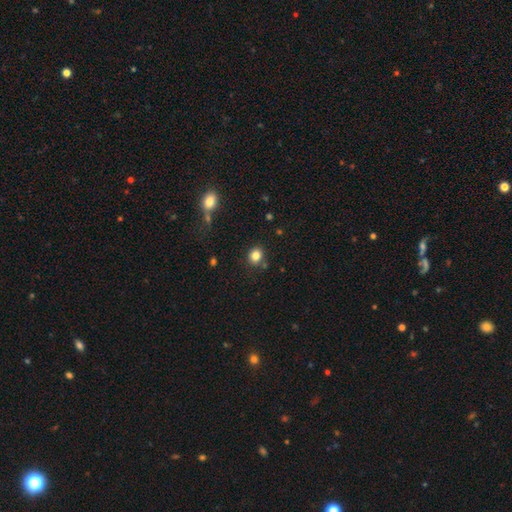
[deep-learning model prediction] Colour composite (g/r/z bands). It shows a smooth galaxy with no disk features (82%) that is round (76%). Merging: none (82%).